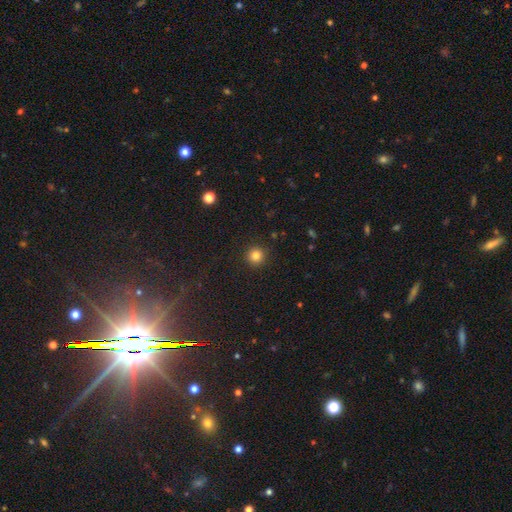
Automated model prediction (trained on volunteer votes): A smooth galaxy with no disk features (83%) that is round (95%).

Vote fractions:
- Smooth or featured? smooth: 83% / star or artifact: 12% / featured or disk: 5%
- How rounded? round: 95% / in between: 4% / cigar-shaped: 1%
- Merging? none: 92% / minor disturbance: 5% / major disturbance: 2% / merger: 1%